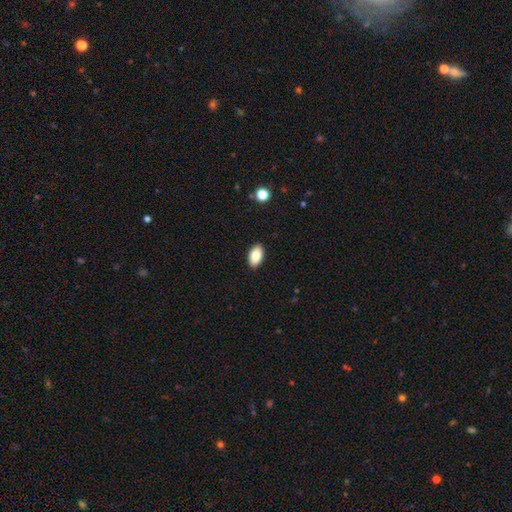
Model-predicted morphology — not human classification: Smooth or featured: smooth — 86% (star or artifact — 7%)
How rounded: in between — 94% (round — 4%)
Merging: none — 90% (minor disturbance — 7%)